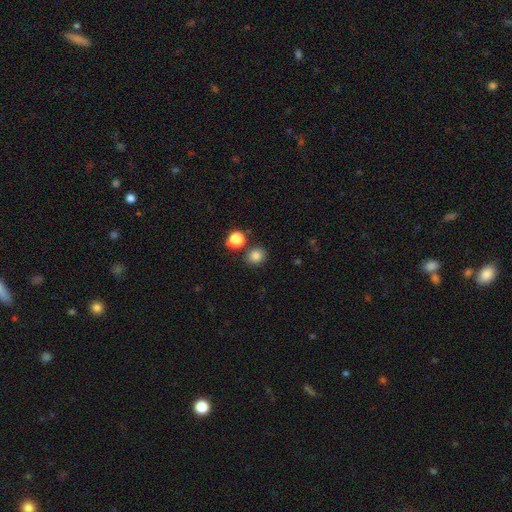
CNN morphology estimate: Smooth or featured: smooth — 81% (star or artifact — 13%)
How rounded: round — 85% (in between — 14%)
Merging: none — 82% (minor disturbance — 8%)